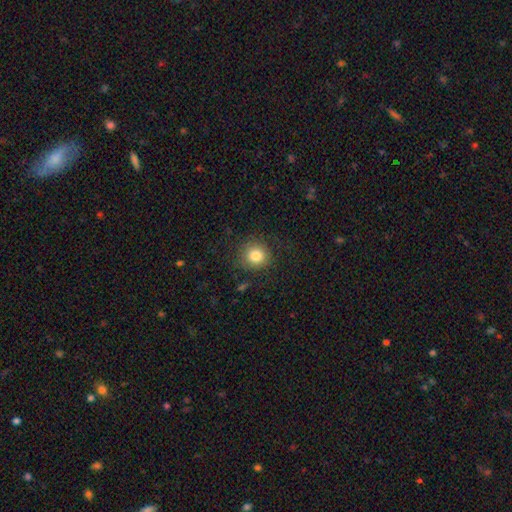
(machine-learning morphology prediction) The model was most divided on "smooth or featured": smooth: 83%, star or artifact: 10%, featured or disk: 7%. More confident: how rounded — round (89%); merging — none (84%).